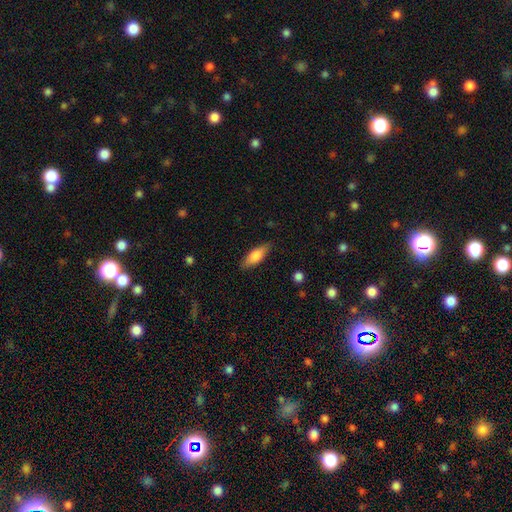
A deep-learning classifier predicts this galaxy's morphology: Smooth or featured: smooth — 80% (featured or disk — 14%)
How rounded: in between — 71% (cigar-shaped — 27%)
Merging: none — 82% (minor disturbance — 13%)